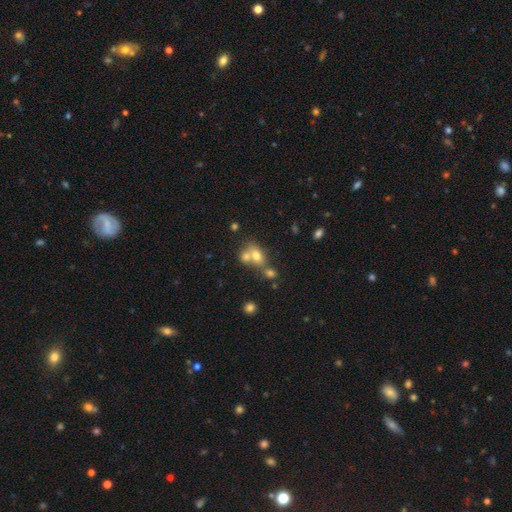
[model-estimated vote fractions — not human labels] smooth_or_featured: smooth (p=0.69) [alt: featured or disk p=0.19]
how_rounded: in between (p=0.65) [alt: round p=0.32]
merging: merger (p=0.55) [alt: none p=0.30]